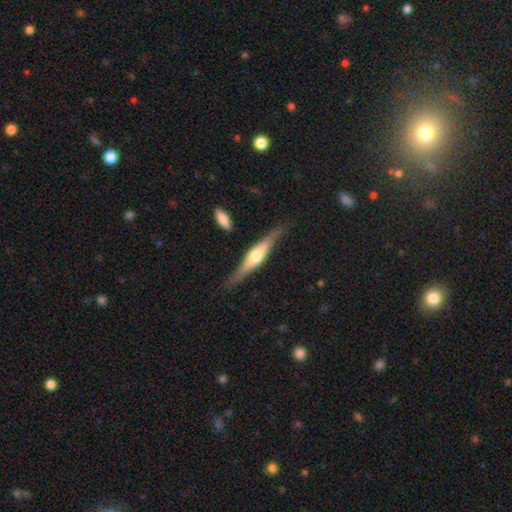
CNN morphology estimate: Smooth or featured?
  - featured or disk: 68% *
  - smooth: 26%
  - star or artifact: 5%
Edge-on disk?
  - yes: 96% *
  - no: 4%
Edge-on bulge?
  - rounded: 88% *
  - boxy: 9%
  - none: 3%
Merging?
  - none: 81% *
  - minor disturbance: 13%
  - major disturbance: 3%
  - merger: 3%